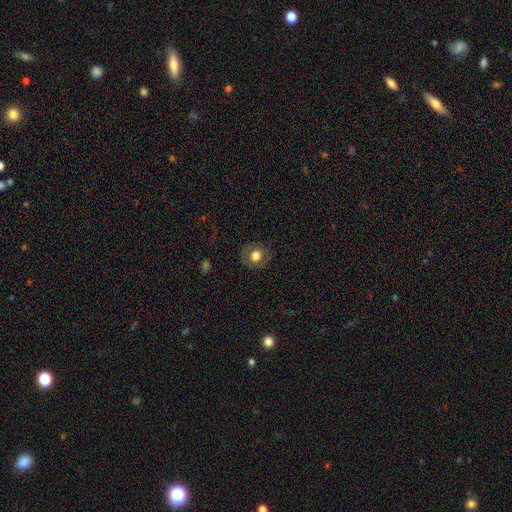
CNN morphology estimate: The model was most divided on "smooth or featured": smooth: 66%, featured or disk: 24%, star or artifact: 10%. More confident: how rounded — round (81%); merging — none (79%).